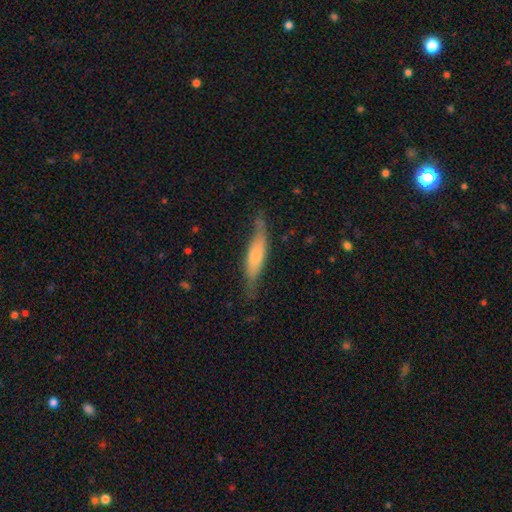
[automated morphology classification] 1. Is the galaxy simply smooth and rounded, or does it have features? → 59% smooth, 36% featured or disk, 6% star or artifact.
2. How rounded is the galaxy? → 77% cigar-shaped, 22% in between, 2% round.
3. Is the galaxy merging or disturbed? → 67% none, 25% minor disturbance, 6% major disturbance, 2% merger.